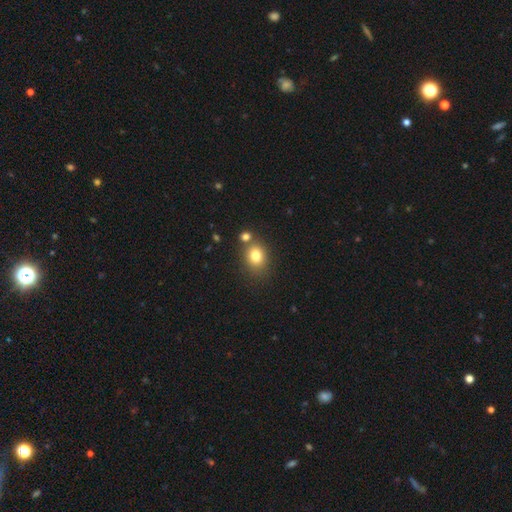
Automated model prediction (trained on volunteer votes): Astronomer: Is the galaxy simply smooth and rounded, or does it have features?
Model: smooth — 79%.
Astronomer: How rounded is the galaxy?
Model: round — 57% (runner-up: in between, 42%).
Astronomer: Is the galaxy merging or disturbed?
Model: none — 66%.